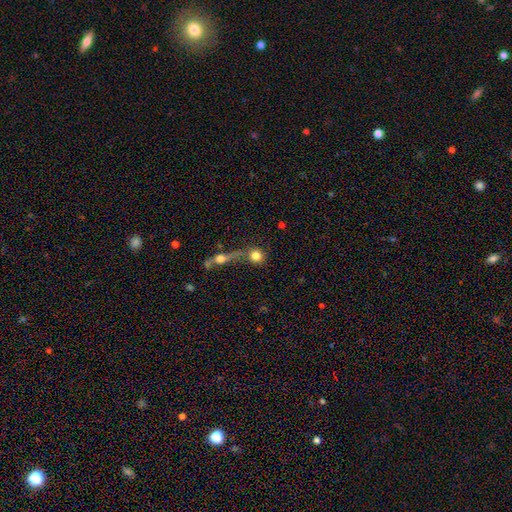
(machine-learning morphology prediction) A smooth galaxy with no disk features (78%) that is round (89%).

Vote fractions:
- Smooth or featured? smooth: 78% / featured or disk: 12% / star or artifact: 10%
- How rounded? round: 89% / in between: 9% / cigar-shaped: 2%
- Merging? none: 48% / merger: 36% / minor disturbance: 9% / major disturbance: 7%